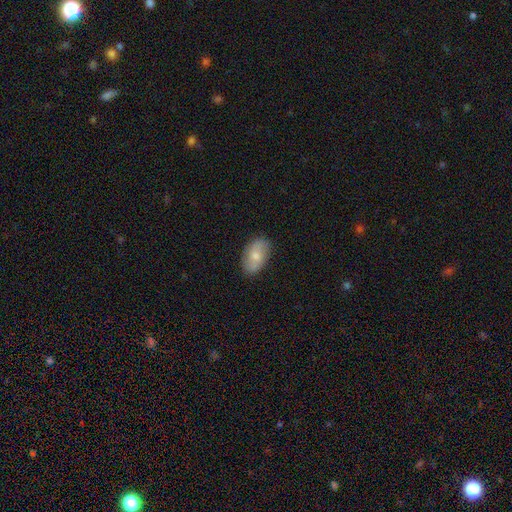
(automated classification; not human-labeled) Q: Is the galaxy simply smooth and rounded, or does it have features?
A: smooth — 62%.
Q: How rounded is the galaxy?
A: in between — 92%.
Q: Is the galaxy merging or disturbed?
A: none — 84%.